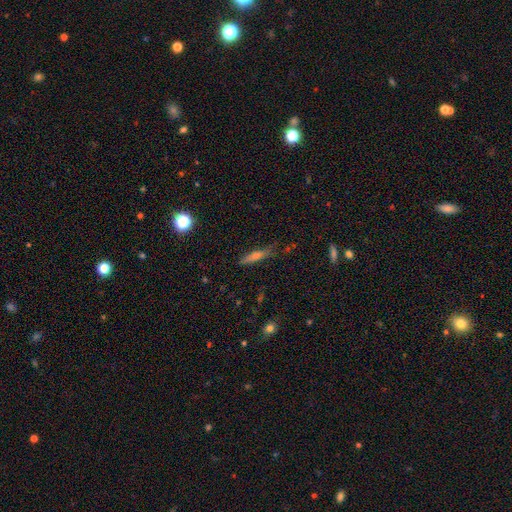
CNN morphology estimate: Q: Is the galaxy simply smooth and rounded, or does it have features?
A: featured or disk — 44%, tied with smooth.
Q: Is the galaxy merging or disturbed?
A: none — 79%.